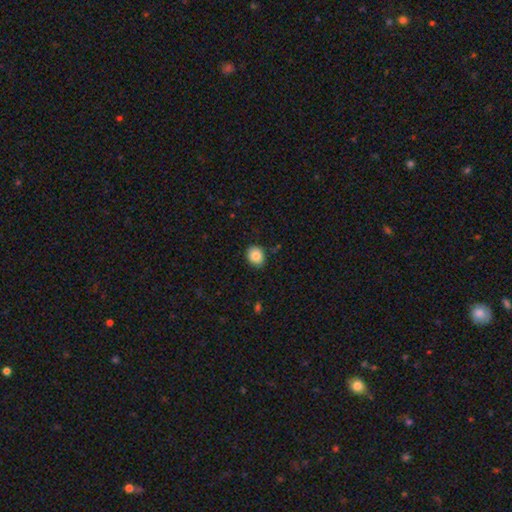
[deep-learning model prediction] Smooth or featured?
  - smooth: 86% *
  - star or artifact: 8%
  - featured or disk: 5%
How rounded?
  - round: 54% *
  - in between: 45%
  - cigar-shaped: 1%
Merging?
  - none: 87% *
  - minor disturbance: 10%
  - major disturbance: 2%
  - merger: 1%